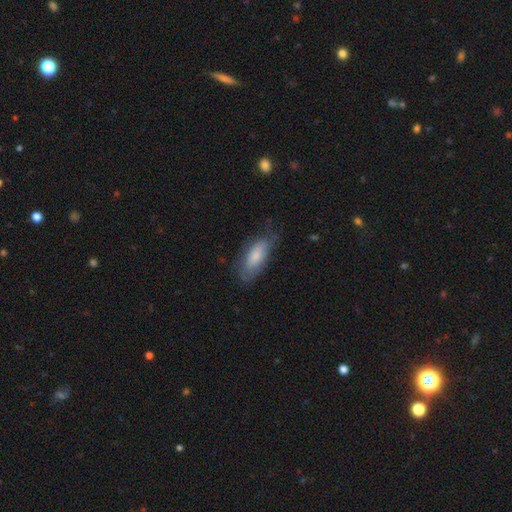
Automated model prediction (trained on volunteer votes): This is likely a smooth galaxy (69%). How rounded: clearly in between (80%). Merging: likely none (61%).